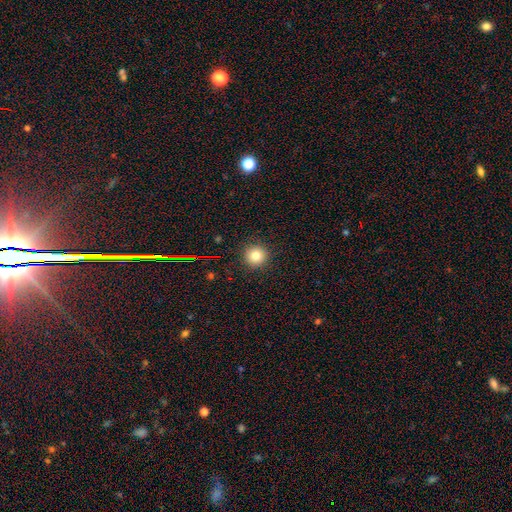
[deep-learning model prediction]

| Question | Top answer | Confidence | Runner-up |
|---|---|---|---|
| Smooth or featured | smooth | 80% | star or artifact (13%) |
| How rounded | round | 95% | in between (5%) |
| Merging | none | 91% | minor disturbance (6%) |